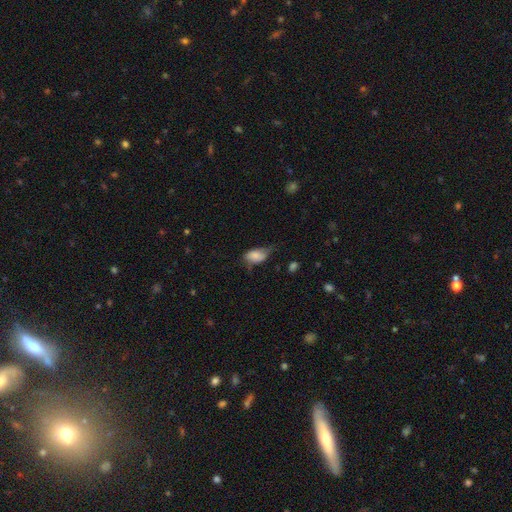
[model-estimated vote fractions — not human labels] Morphology: type=smooth (77%); roundness=in between (90%); merging=minor disturbance (42%).